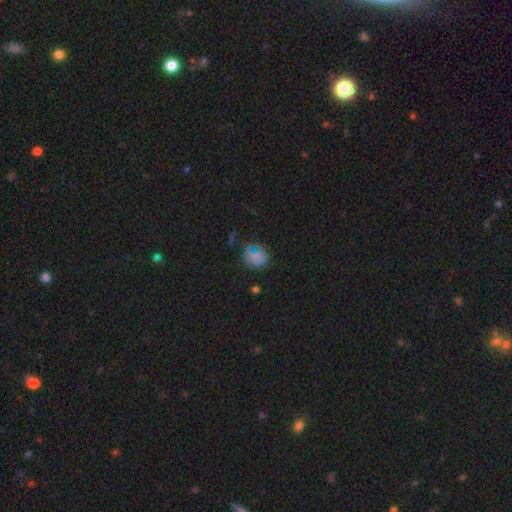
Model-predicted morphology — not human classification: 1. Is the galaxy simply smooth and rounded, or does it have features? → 65% smooth, 18% star or artifact, 17% featured or disk.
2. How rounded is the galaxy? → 76% round, 23% in between, 1% cigar-shaped.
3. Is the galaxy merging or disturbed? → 59% none, 23% minor disturbance, 15% major disturbance, 3% merger.